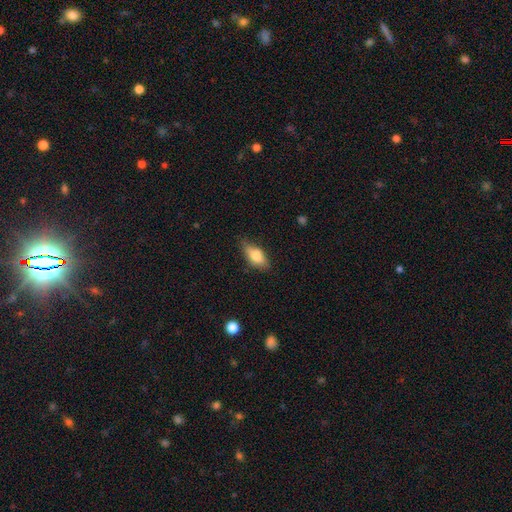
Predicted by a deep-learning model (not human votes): smooth 72%, featured or disk 20%, star or artifact 8%. Down the decision tree: how rounded — in between (81%); merging — none (65%).